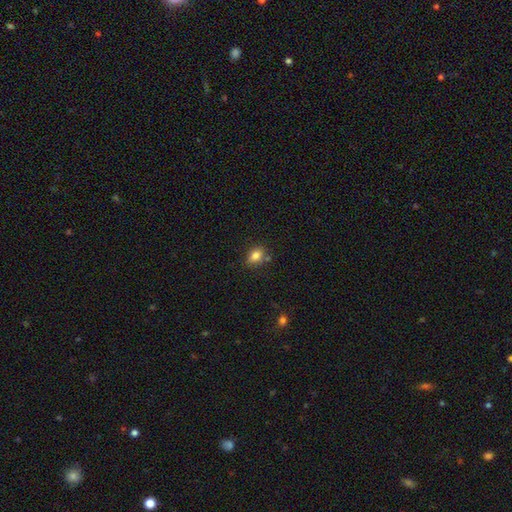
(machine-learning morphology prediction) The model was most divided on "how rounded": in between: 72%, round: 26%, cigar-shaped: 2%. More confident: smooth or featured — smooth (82%); merging — none (73%).